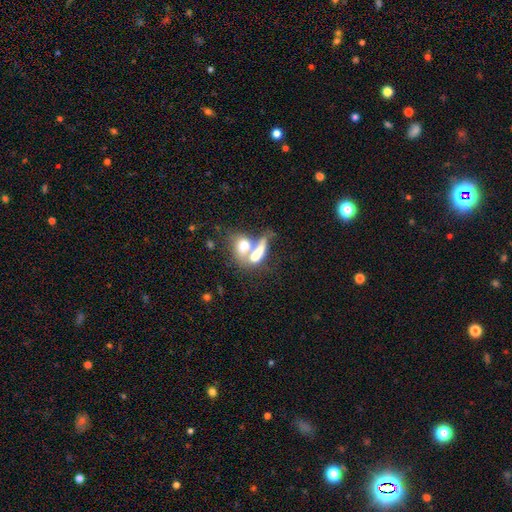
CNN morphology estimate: The model was most divided on "smooth or featured": smooth: 63%, featured or disk: 28%, star or artifact: 9%. More confident: merging — merger (70%); how rounded — in between (63%).